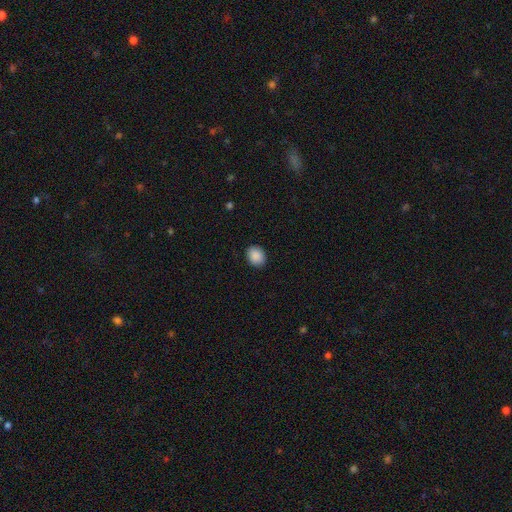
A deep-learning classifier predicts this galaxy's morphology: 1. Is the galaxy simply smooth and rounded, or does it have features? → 89% smooth, 8% star or artifact, 3% featured or disk.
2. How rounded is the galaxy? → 59% round, 40% in between, 1% cigar-shaped.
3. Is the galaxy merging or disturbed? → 89% none, 8% minor disturbance, 2% major disturbance, 1% merger.